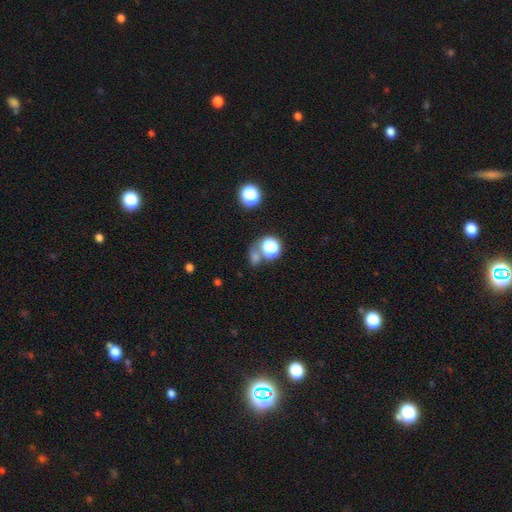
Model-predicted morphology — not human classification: Smooth or featured?
  - star or artifact: 47% *
  - smooth: 43%
  - featured or disk: 10%